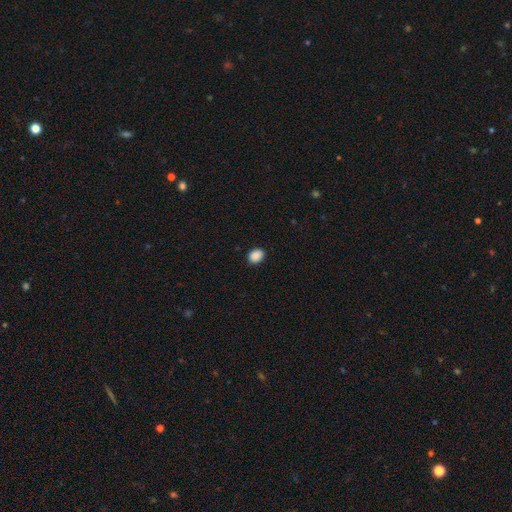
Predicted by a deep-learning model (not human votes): Q: Smooth or featured?
A: smooth (89%); runner-up: star or artifact (8%)
Q: How rounded?
A: in between (50%); runner-up: round (49%)
Q: Merging?
A: none (89%); runner-up: minor disturbance (8%)